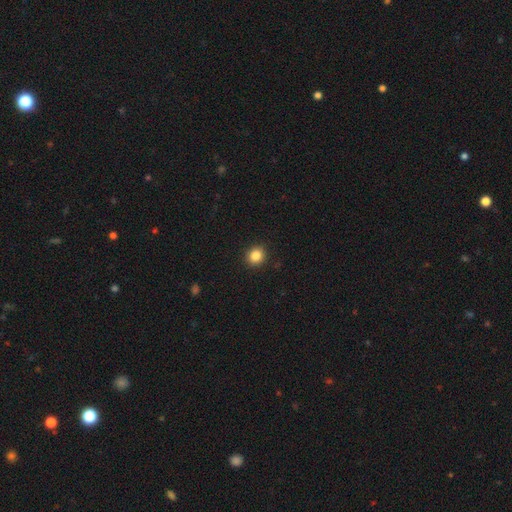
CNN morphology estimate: Smooth or featured?
  - smooth: 86% *
  - star or artifact: 10%
  - featured or disk: 4%
How rounded?
  - round: 80% *
  - in between: 19%
  - cigar-shaped: 1%
Merging?
  - none: 92% *
  - minor disturbance: 6%
  - major disturbance: 2%
  - merger: 1%